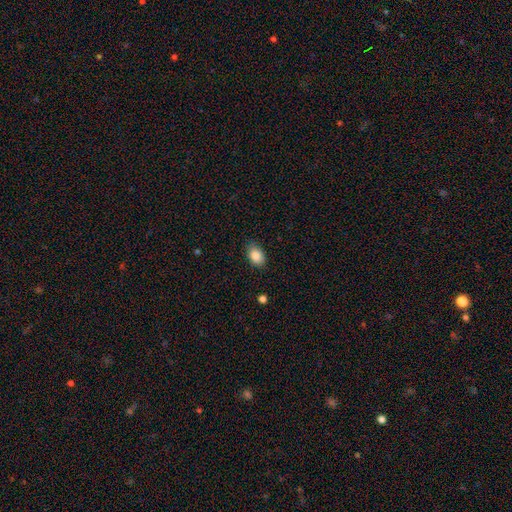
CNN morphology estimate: Smooth or featured?
  - smooth: 87% *
  - star or artifact: 7%
  - featured or disk: 5%
How rounded?
  - in between: 86% *
  - round: 13%
  - cigar-shaped: 1%
Merging?
  - none: 84% *
  - minor disturbance: 13%
  - major disturbance: 2%
  - merger: 1%